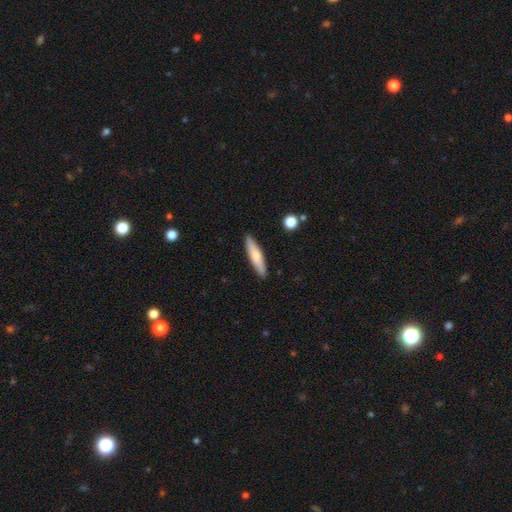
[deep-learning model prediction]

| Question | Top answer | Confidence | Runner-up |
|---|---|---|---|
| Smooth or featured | smooth | 68% | featured or disk (26%) |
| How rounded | cigar-shaped | 79% | in between (19%) |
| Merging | none | 89% | minor disturbance (8%) |